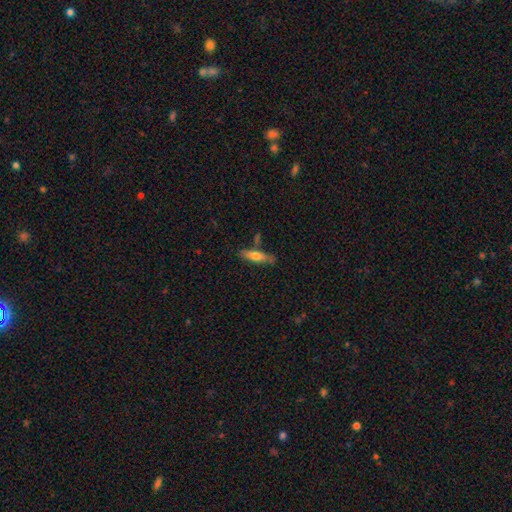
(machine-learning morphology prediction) Smooth or featured? smooth (58%)
How rounded? cigar-shaped (70%)
Merging? none (72%)